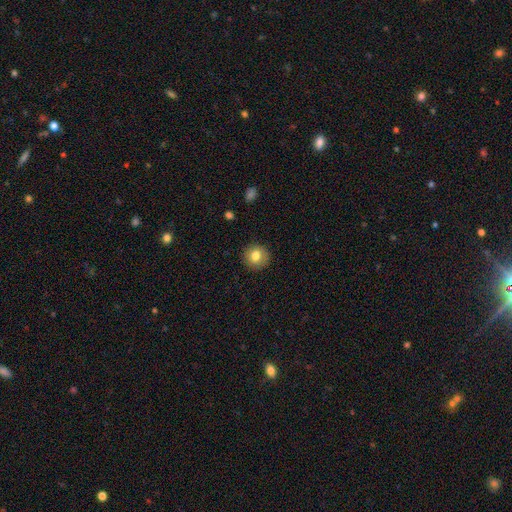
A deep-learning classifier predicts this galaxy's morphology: Smooth or featured? smooth (80%)
How rounded? round (90%)
Merging? none (89%)